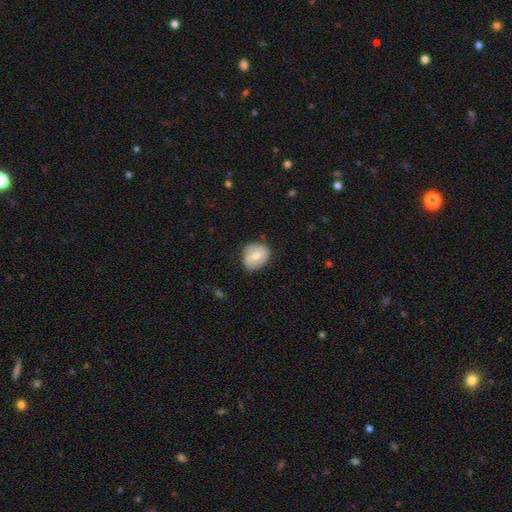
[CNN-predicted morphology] Overall: smooth (65%; featured or disk 28%). How rounded: round (66%; in between 33%). Merging: none (76%).